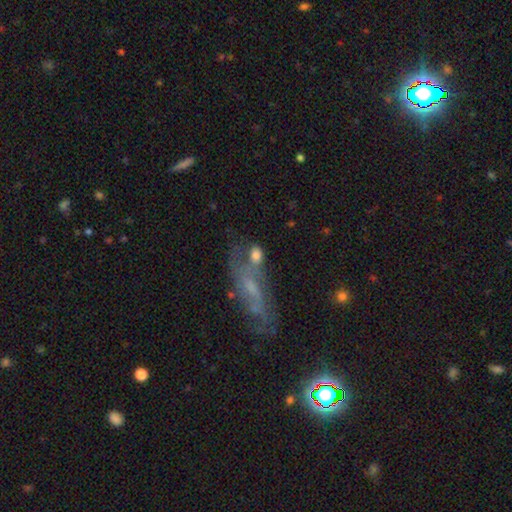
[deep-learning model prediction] Smooth or featured? smooth (60%)
How rounded? in between (67%)
Merging? none (36%)